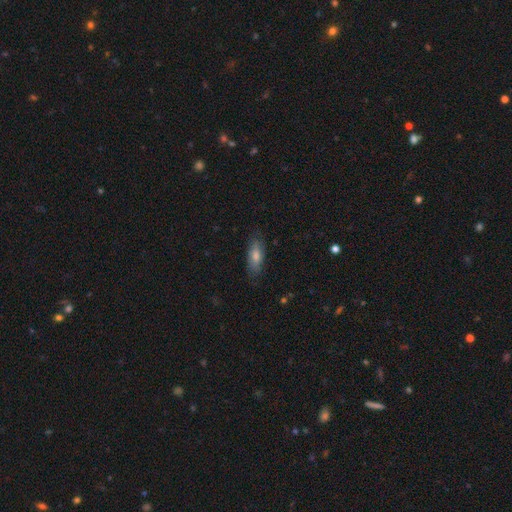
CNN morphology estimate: Q: Smooth or featured?
A: smooth (74%); runner-up: featured or disk (20%)
Q: How rounded?
A: in between (74%); runner-up: cigar-shaped (24%)
Q: Merging?
A: none (78%); runner-up: minor disturbance (17%)